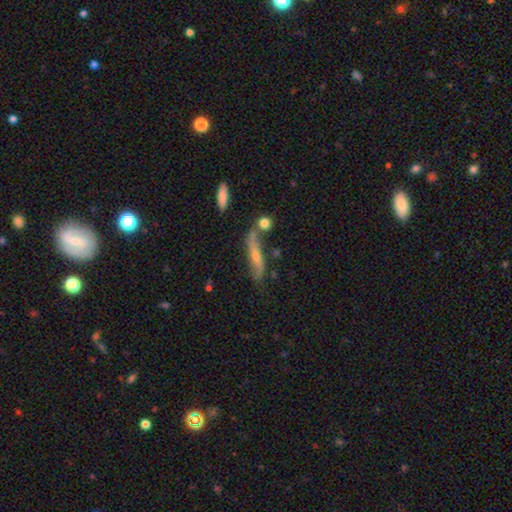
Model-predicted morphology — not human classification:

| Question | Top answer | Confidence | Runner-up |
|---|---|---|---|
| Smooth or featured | featured or disk | 55% | smooth (36%) |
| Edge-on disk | yes | 68% | no (32%) |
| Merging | none | 63% | minor disturbance (19%) |